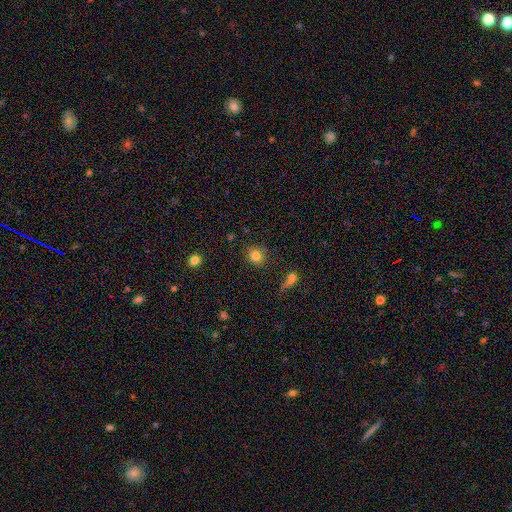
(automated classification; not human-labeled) smooth-or-featured: smooth: 81% | star or artifact: 12% | featured or disk: 7%
  how-rounded: round: 88% | in between: 11% | cigar-shaped: 1%
  merging: none: 83% | minor disturbance: 9% | merger: 4% | major disturbance: 4%